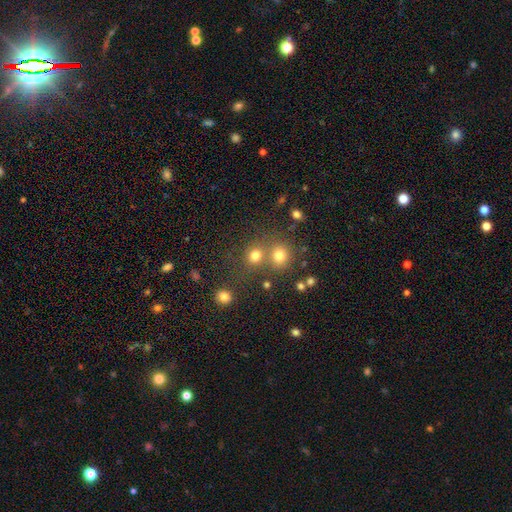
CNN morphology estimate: Smooth or featured?
  - smooth: 75% *
  - star or artifact: 17%
  - featured or disk: 8%
How rounded?
  - round: 82% *
  - in between: 17%
  - cigar-shaped: 1%
Merging?
  - none: 54% *
  - merger: 35%
  - minor disturbance: 8%
  - major disturbance: 4%